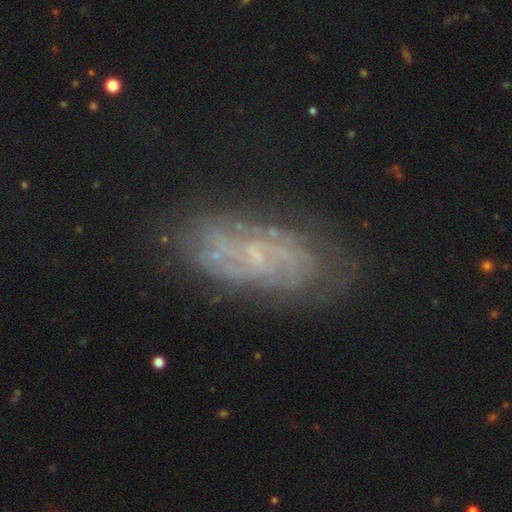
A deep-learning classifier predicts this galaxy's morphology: Smooth or featured? featured or disk (67%)
Edge-on disk? no (92%)
Bar? no (74%)
Spiral arms? yes (62%)
Bulge size? small (55%)
Merging? none (69%)